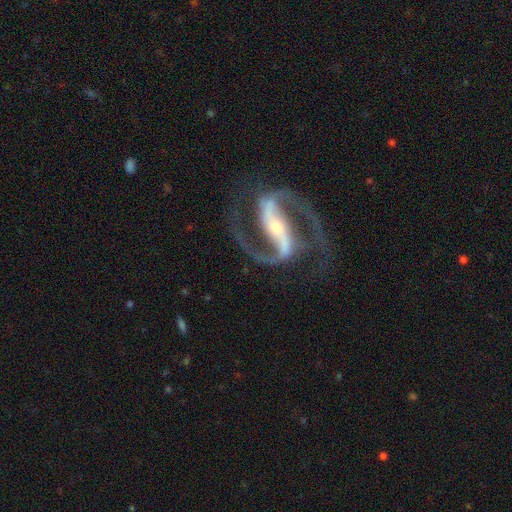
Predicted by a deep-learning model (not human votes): This is clearly a featured or disk galaxy (93%). It is clearly not viewed edge-on (97%). Bar: likely strong (74%). Spiral arm pattern: clearly yes (98%). Spiral arm count: clearly 2 (95%). Spiral winding: likely medium (63%). Central bulge: possibly small (55%). Merging: clearly none (81%).